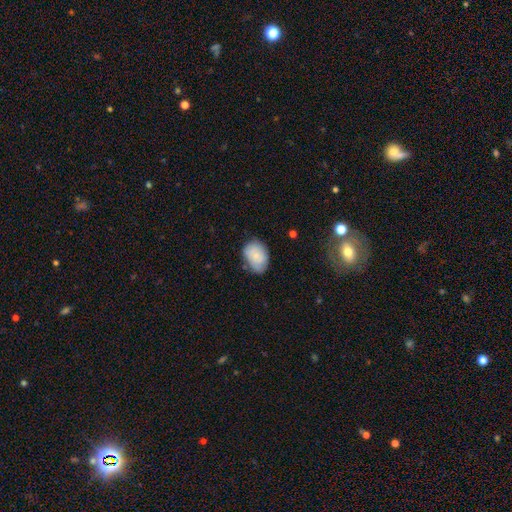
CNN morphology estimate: A smooth galaxy with no disk features (76%) that is in between round and cigar-shaped (81%).

Vote fractions:
- Smooth or featured? smooth: 76% / featured or disk: 17% / star or artifact: 7%
- How rounded? in between: 81% / round: 18% / cigar-shaped: 1%
- Merging? none: 64% / minor disturbance: 28% / major disturbance: 6% / merger: 3%